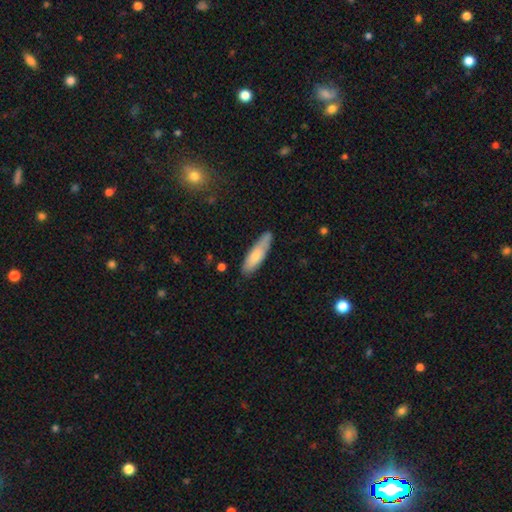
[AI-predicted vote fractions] smooth 73%, featured or disk 21%, star or artifact 5%. Down the decision tree: how rounded — cigar-shaped (60%); merging — none (75%).